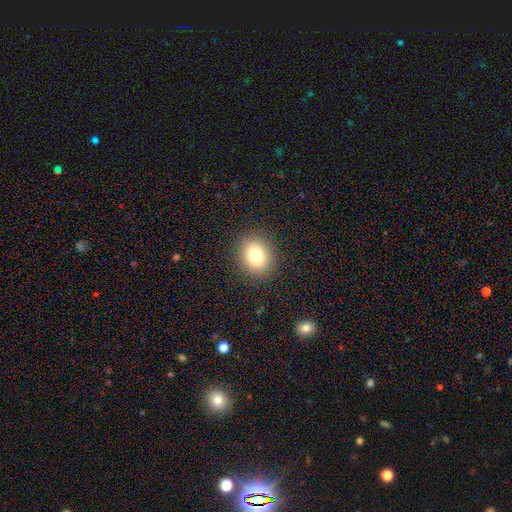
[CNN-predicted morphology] The model was most divided on "how rounded": round: 69%, in between: 30%, cigar-shaped: 1%. More confident: merging — none (89%); smooth or featured — smooth (79%).